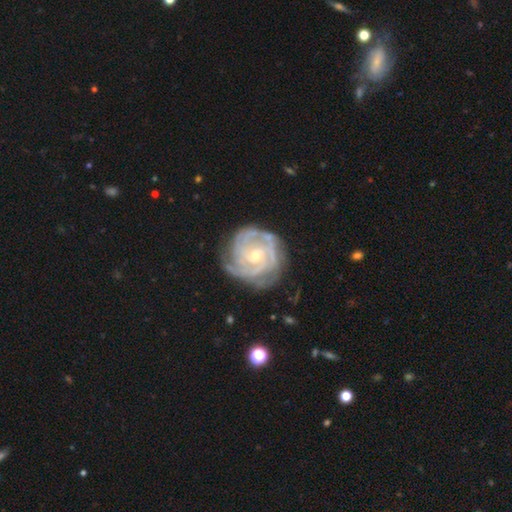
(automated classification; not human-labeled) smooth_or_featured: featured or disk (p=0.89) [alt: smooth p=0.06]
disk_edge_on: no (p=0.98) [alt: yes p=0.02]
bar: no (p=0.67) [alt: weak p=0.27]
has_spiral_arms: yes (p=0.97) [alt: no p=0.03]
spiral_winding: tight (p=0.74) [alt: medium p=0.23]
spiral_arm_count: 3 (p=0.30) [alt: can't tell p=0.23]
bulge_size: small (p=0.61) [alt: moderate p=0.35]
merging: none (p=0.73) [alt: minor disturbance p=0.19]